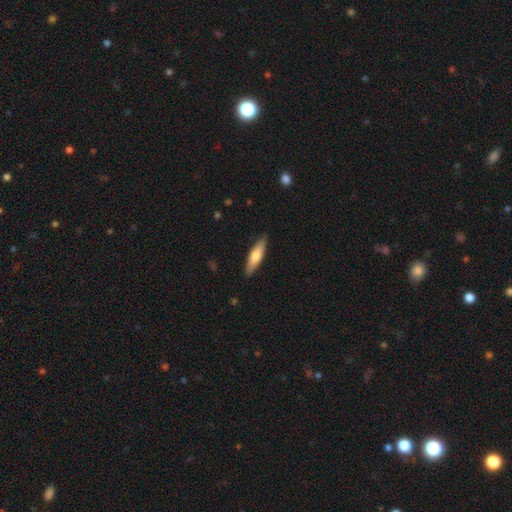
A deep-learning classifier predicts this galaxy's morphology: This is likely a smooth galaxy (64%). How rounded: likely cigar-shaped (69%). Merging: clearly none (89%).